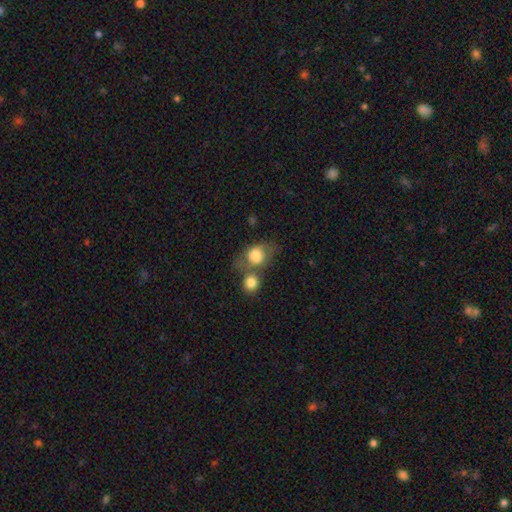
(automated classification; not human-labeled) smooth-or-featured: smooth: 76% | featured or disk: 17% | star or artifact: 8%
  how-rounded: round: 49% (tied) | in between: 49% (tied) | cigar-shaped: 2%
  merging: merger: 42% | none: 36% | minor disturbance: 13% | major disturbance: 8%